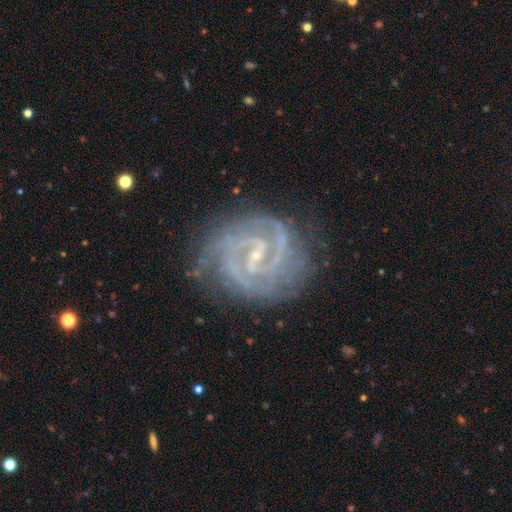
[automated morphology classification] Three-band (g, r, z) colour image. It shows a featured or disk galaxy (91%) with a weak bar (48%), 2 (53%) tight (63%) spiral arms (98%) and a small central bulge (80%). Merging: none (76%).